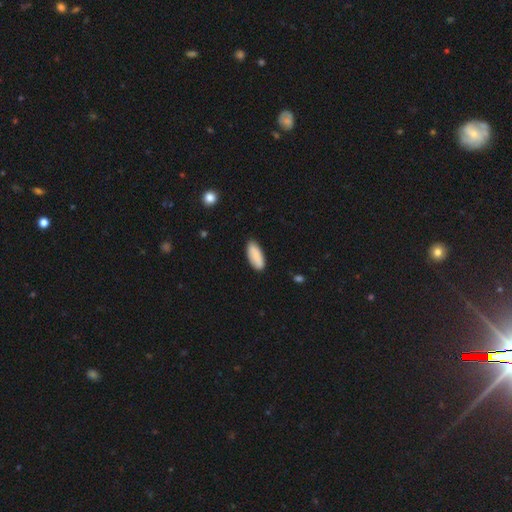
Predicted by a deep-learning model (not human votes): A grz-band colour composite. It shows a smooth galaxy with no disk features (86%) that is in between round and cigar-shaped (82%). Merging: none (86%).